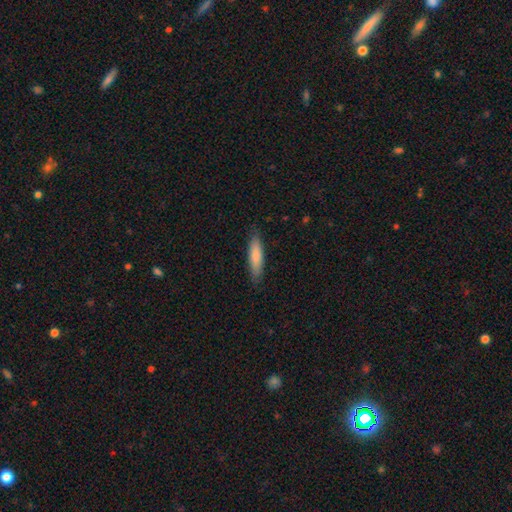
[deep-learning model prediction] This is clearly a smooth galaxy (82%). How rounded: likely cigar-shaped (73%). Merging: clearly none (86%).